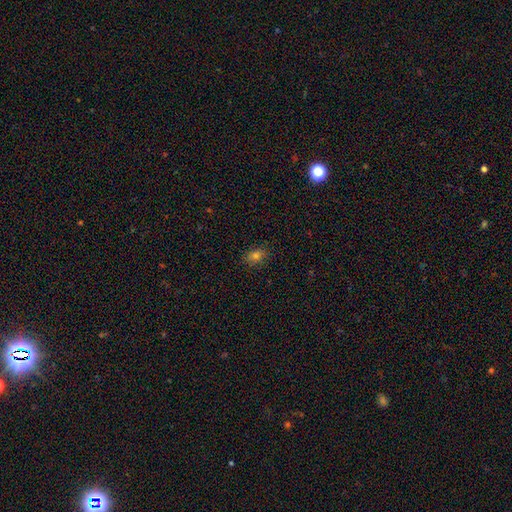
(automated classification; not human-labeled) Smooth or featured?
  - smooth: 75% *
  - star or artifact: 17%
  - featured or disk: 8%
How rounded?
  - in between: 69% *
  - round: 29%
  - cigar-shaped: 2%
Merging?
  - none: 86% *
  - minor disturbance: 11%
  - major disturbance: 2%
  - merger: 1%